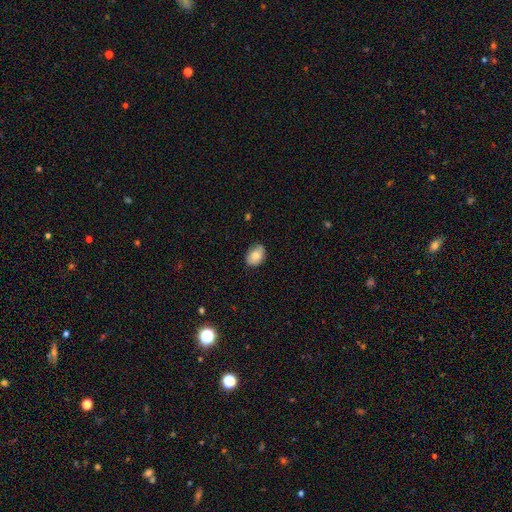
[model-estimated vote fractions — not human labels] The model was most divided on "merging": none: 78%, minor disturbance: 19%, major disturbance: 3%, merger: 1%. More confident: how rounded — in between (81%); smooth or featured — smooth (80%).